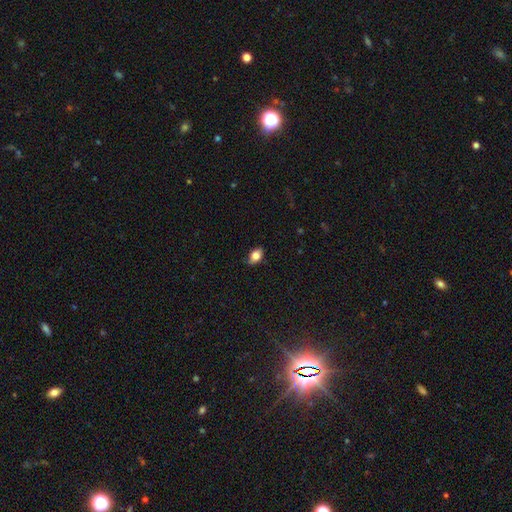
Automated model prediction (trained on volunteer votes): Smooth or featured? smooth (78%)
How rounded? in between (84%)
Merging? none (76%)